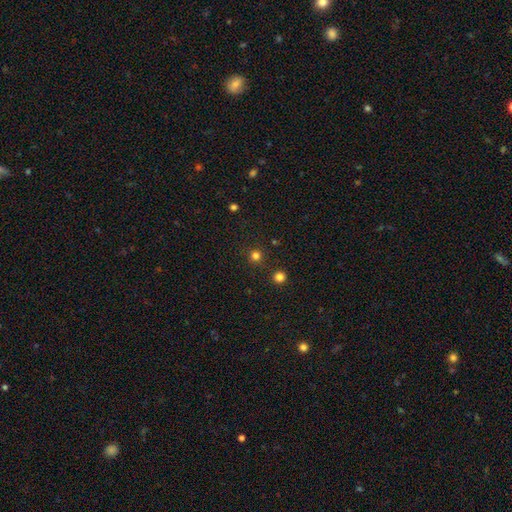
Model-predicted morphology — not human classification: smooth-or-featured: smooth: 77% | star or artifact: 18% | featured or disk: 4%
  how-rounded: round: 95% | in between: 4% | cigar-shaped: 1%
  merging: none: 89% | minor disturbance: 5% | merger: 3% | major disturbance: 2%